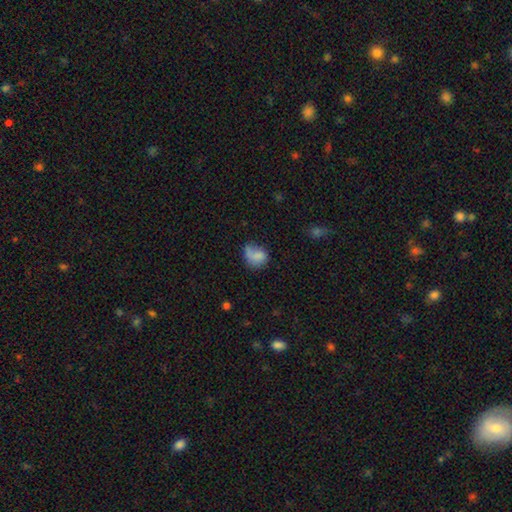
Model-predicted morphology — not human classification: smooth-or-featured: smooth: 71% | featured or disk: 19% | star or artifact: 10%
  how-rounded: in between: 54% | round: 44% | cigar-shaped: 1%
  merging: none: 38% | minor disturbance: 30% | major disturbance: 25% | merger: 6%